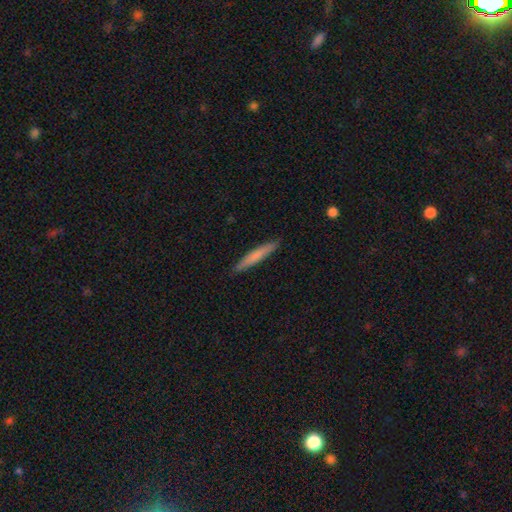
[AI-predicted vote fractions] Q: Smooth or featured?
A: smooth (72%); runner-up: featured or disk (23%)
Q: How rounded?
A: cigar-shaped (95%); runner-up: in between (4%)
Q: Merging?
A: none (91%); runner-up: minor disturbance (7%)